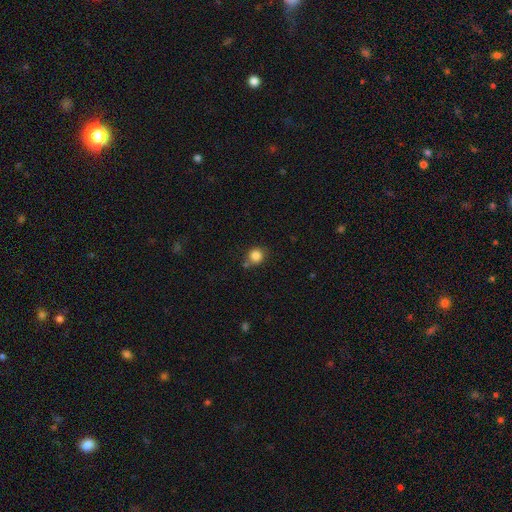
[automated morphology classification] Q: Smooth or featured?
A: smooth (84%); runner-up: star or artifact (11%)
Q: How rounded?
A: round (90%); runner-up: in between (9%)
Q: Merging?
A: none (74%); runner-up: minor disturbance (12%)